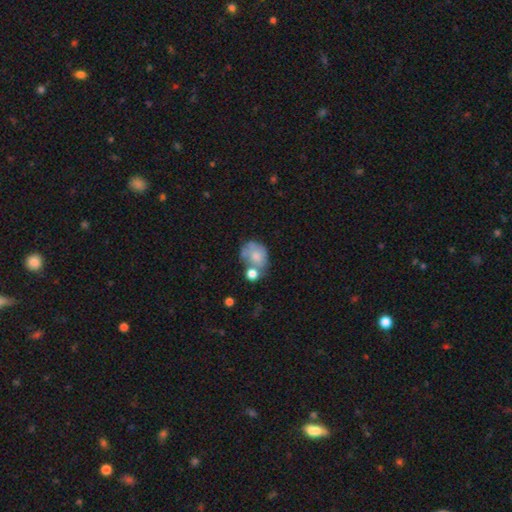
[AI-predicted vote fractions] Smooth or featured? smooth (66%)
How rounded? in between (51%)
Merging? merger (33%)